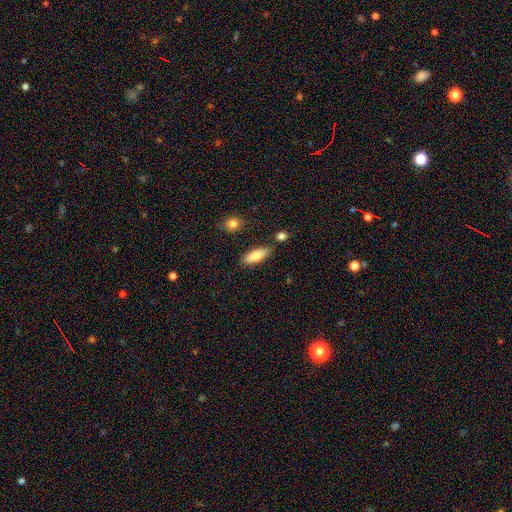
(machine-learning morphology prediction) Q: Smooth or featured?
A: smooth (78%); runner-up: featured or disk (15%)
Q: How rounded?
A: in between (66%); runner-up: cigar-shaped (32%)
Q: Merging?
A: none (80%); runner-up: minor disturbance (12%)